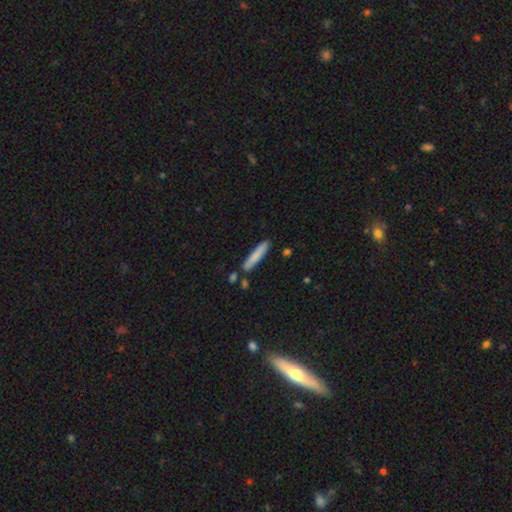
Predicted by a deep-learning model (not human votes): A smooth galaxy with no disk features (78%) that is cigar-shaped (92%).

Vote fractions:
- Smooth or featured? smooth: 78% / featured or disk: 16% / star or artifact: 6%
- How rounded? cigar-shaped: 92% / in between: 7% / round: 1%
- Merging? none: 82% / minor disturbance: 11% / merger: 5% / major disturbance: 2%